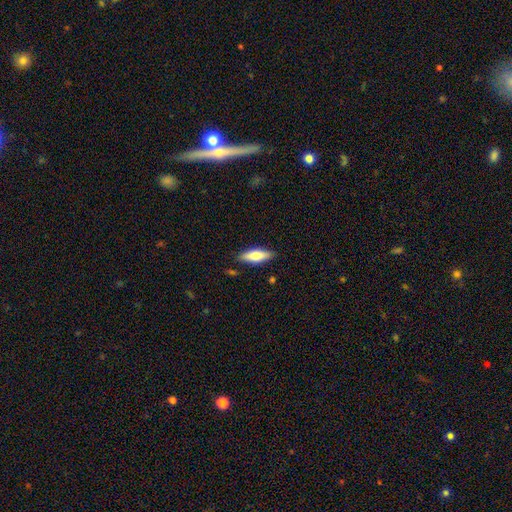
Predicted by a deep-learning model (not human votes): A smooth galaxy with no disk features (71%) that is in between round and cigar-shaped (58%).

Vote fractions:
- Smooth or featured? smooth: 71% / featured or disk: 23% / star or artifact: 6%
- How rounded? in between: 58% / cigar-shaped: 40% / round: 2%
- Merging? none: 85% / minor disturbance: 11% / major disturbance: 2% / merger: 2%